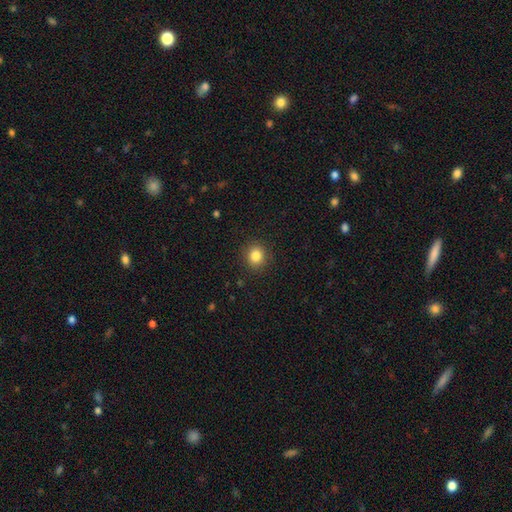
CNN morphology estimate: Smooth or featured?
  - smooth: 84% *
  - star or artifact: 11%
  - featured or disk: 5%
How rounded?
  - round: 85% *
  - in between: 15%
  - cigar-shaped: 1%
Merging?
  - none: 90% *
  - minor disturbance: 6%
  - major disturbance: 2%
  - merger: 1%